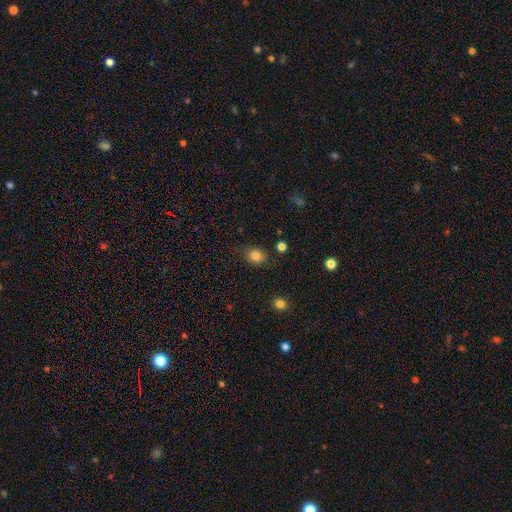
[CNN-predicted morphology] smooth 83%, star or artifact 11%, featured or disk 6%. Down the decision tree: how rounded — round (54%); merging — none (82%).